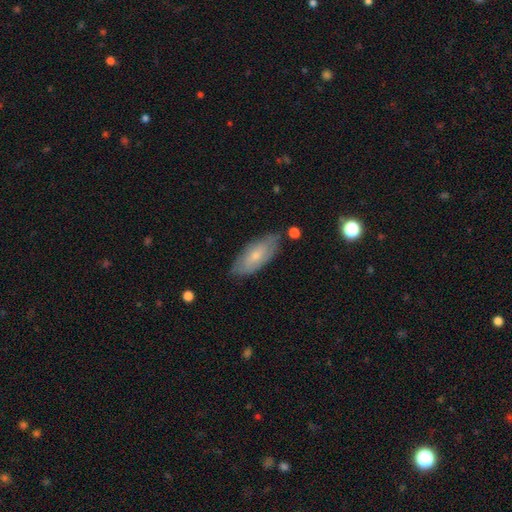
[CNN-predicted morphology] This appears to be a smooth galaxy with no disk features (59%) that is in between round and cigar-shaped (81%). Merging: none (75%).